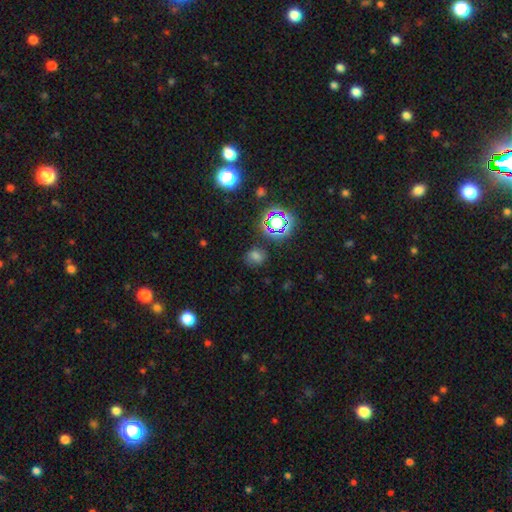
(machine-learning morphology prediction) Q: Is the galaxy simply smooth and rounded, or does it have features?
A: smooth — 61%.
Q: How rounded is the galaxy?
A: round — 65%.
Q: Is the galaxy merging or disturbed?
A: none — 76%.